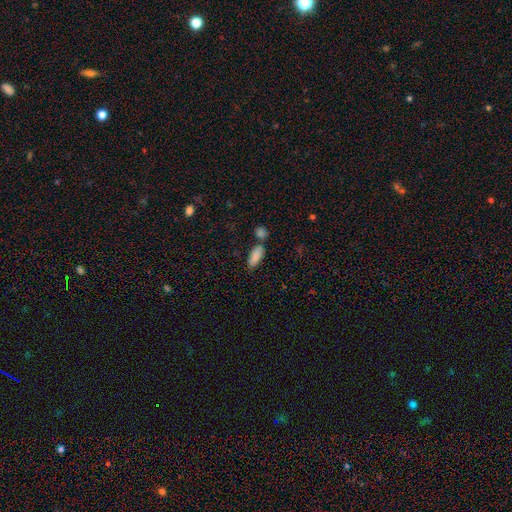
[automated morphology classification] Overall: smooth (88%). How rounded: in between (80%). Merging: none (64%).